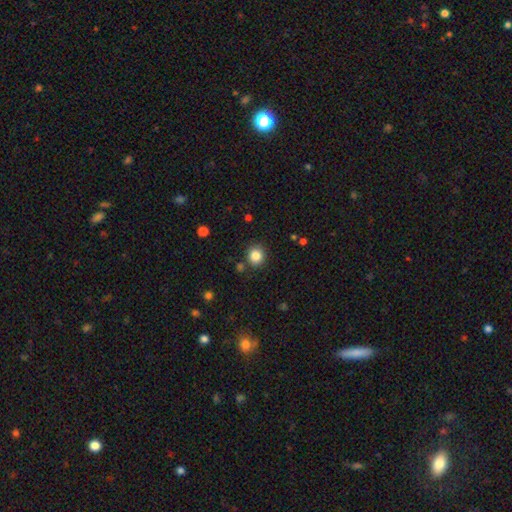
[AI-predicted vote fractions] smooth 84%, star or artifact 11%, featured or disk 5%. Down the decision tree: how rounded — round (87%); merging — none (86%).